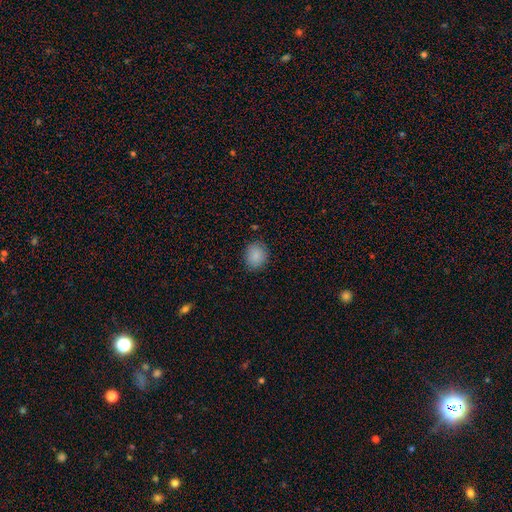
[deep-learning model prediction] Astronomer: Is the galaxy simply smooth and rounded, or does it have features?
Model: smooth — 87%.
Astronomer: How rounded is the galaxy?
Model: round — 67%.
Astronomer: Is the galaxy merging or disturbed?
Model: none — 86%.